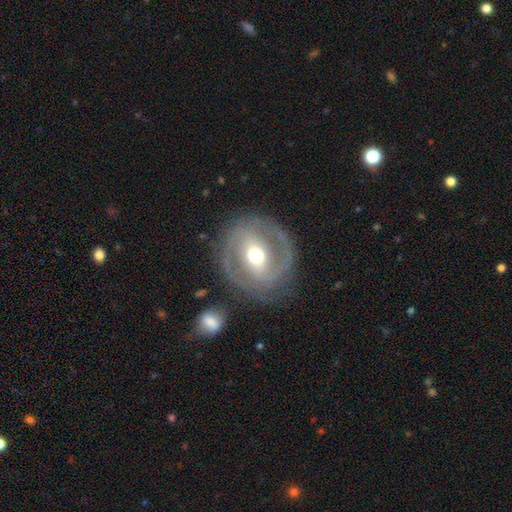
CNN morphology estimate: Smooth or featured? featured or disk (79%)
Edge-on disk? no (96%)
Bar? weak (38%, tied with strong)
Spiral arms? yes (80%)
Spiral winding? tight (42%)
Spiral arm count? 2 (80%)
Bulge size? moderate (70%)
Merging? none (78%)